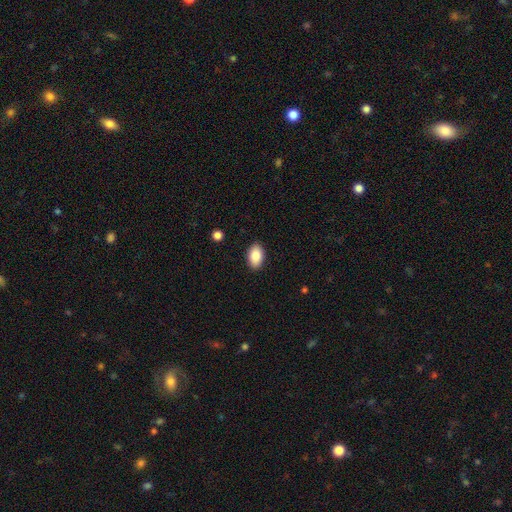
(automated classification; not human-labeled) This appears to be a smooth galaxy with no disk features (86%) that is in between round and cigar-shaped (92%). Merging: none (89%).